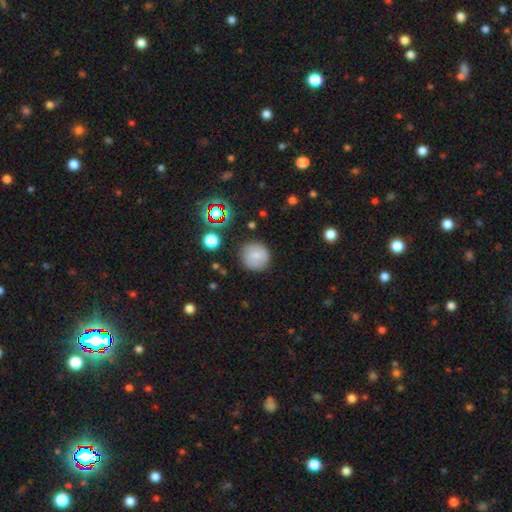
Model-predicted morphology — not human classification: This is likely a smooth galaxy (75%). How rounded: clearly round (92%). Merging: clearly none (83%).